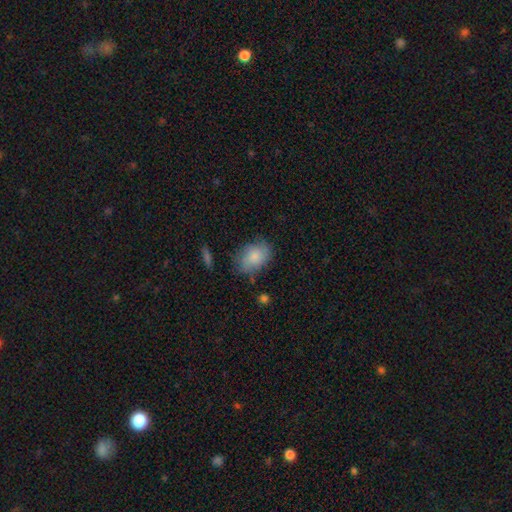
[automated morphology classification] Q: Smooth or featured?
A: smooth (77%); runner-up: featured or disk (16%)
Q: How rounded?
A: in between (78%); runner-up: round (20%)
Q: Merging?
A: none (65%); runner-up: minor disturbance (25%)